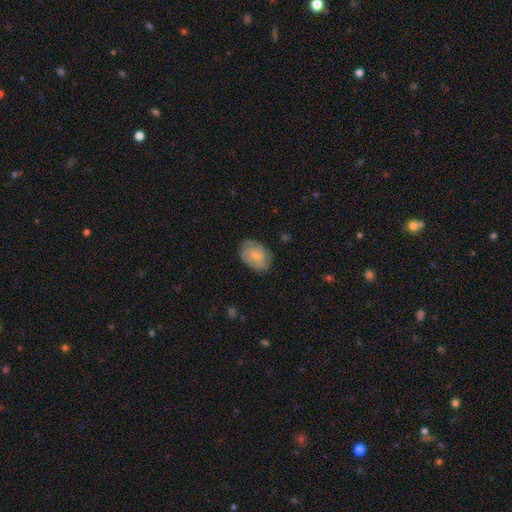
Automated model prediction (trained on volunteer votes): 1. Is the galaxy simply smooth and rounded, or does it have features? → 65% smooth, 29% featured or disk, 6% star or artifact.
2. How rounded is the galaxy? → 80% in between, 19% round, 1% cigar-shaped.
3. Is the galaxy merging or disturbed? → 75% none, 19% minor disturbance, 5% major disturbance, 1% merger.